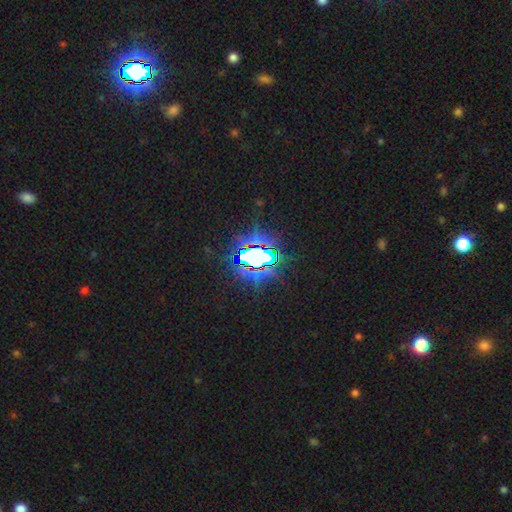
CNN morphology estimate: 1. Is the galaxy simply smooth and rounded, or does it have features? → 73% star or artifact, 15% smooth, 11% featured or disk.